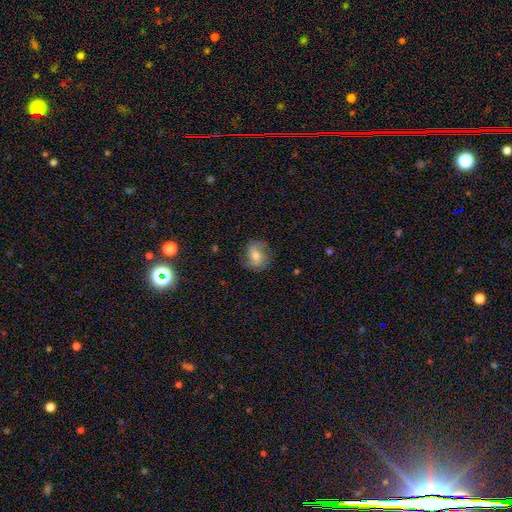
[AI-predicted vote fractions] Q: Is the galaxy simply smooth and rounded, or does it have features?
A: smooth — 54%.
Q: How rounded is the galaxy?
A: round — 72%.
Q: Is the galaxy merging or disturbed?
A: none — 75%.